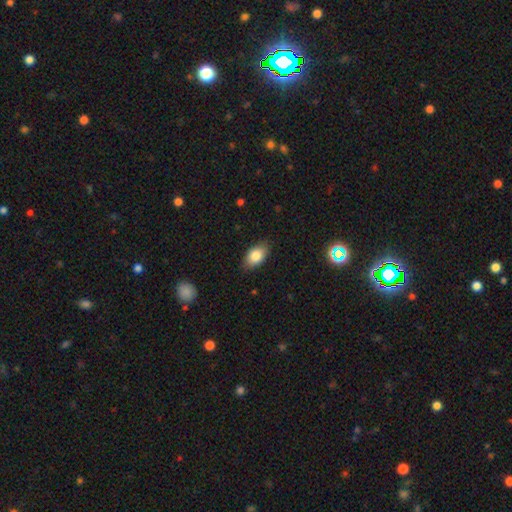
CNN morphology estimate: This is clearly a smooth galaxy (83%). How rounded: clearly in between (90%). Merging: clearly none (84%).